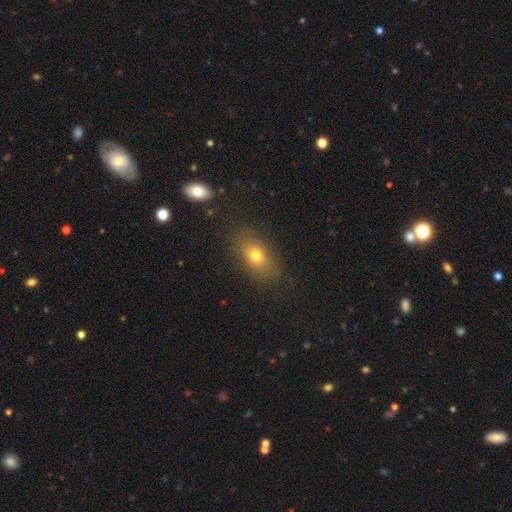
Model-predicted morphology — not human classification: smooth 73%, featured or disk 15%, star or artifact 12%. Down the decision tree: how rounded — in between (79%); merging — none (82%).